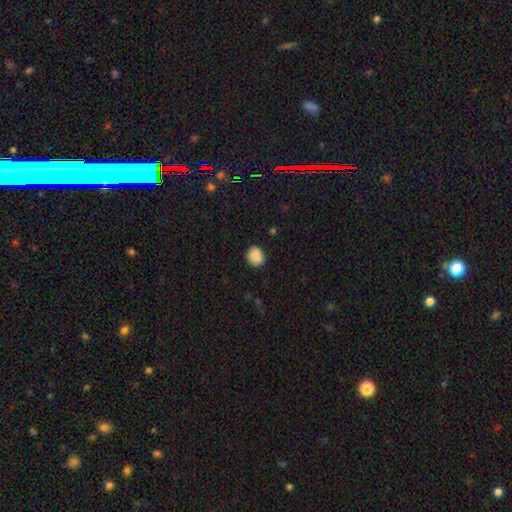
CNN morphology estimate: Smooth or featured? smooth (86%)
How rounded? round (66%)
Merging? none (78%)